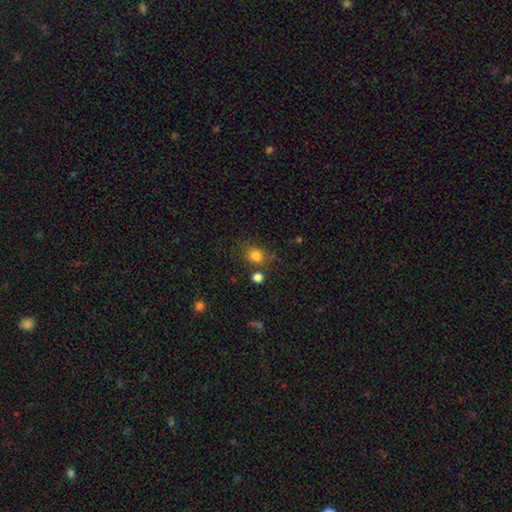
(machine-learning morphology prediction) Smooth or featured: smooth — 82% (star or artifact — 12%)
How rounded: round — 68% (in between — 31%)
Merging: none — 72% (minor disturbance — 13%)